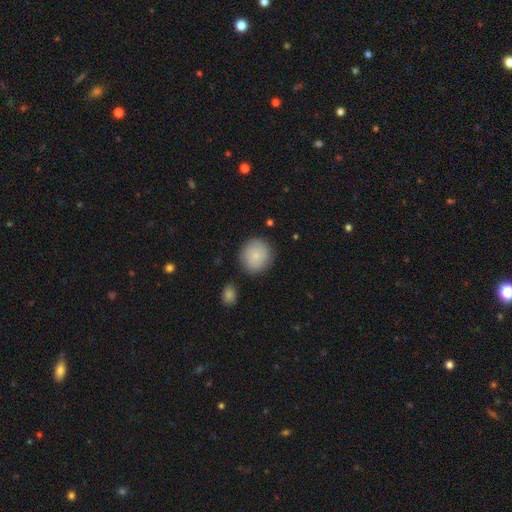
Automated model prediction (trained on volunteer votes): This is clearly a smooth galaxy (82%). How rounded: clearly round (86%). Merging: clearly none (82%).